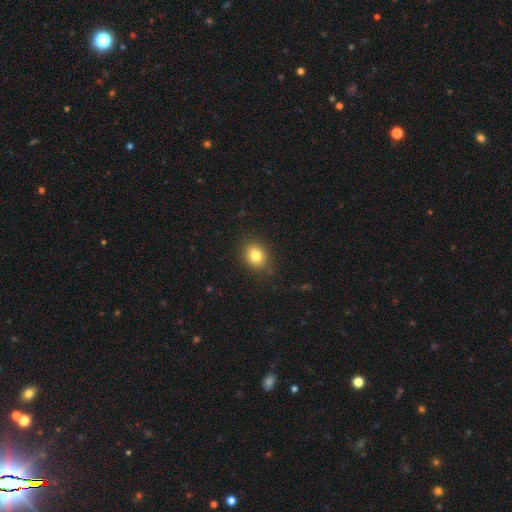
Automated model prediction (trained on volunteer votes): Smooth or featured: smooth — 81% (star or artifact — 11%)
How rounded: round — 52% (in between — 47%)
Merging: none — 87% (minor disturbance — 10%)